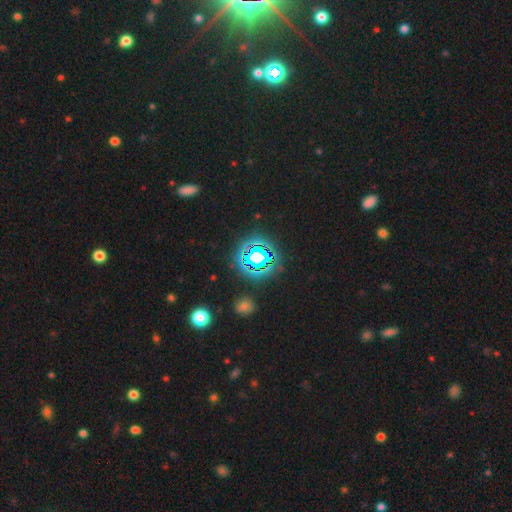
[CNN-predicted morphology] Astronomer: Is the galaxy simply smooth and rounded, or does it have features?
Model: star or artifact — 74%.